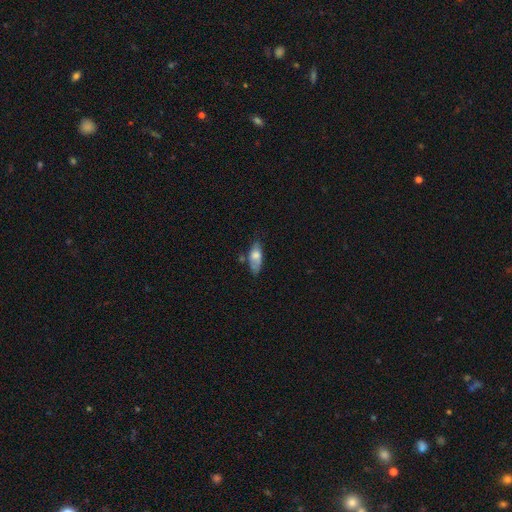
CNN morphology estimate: A smooth galaxy with no disk features (65%) that is in between round and cigar-shaped (78%). Merging: none (48%).